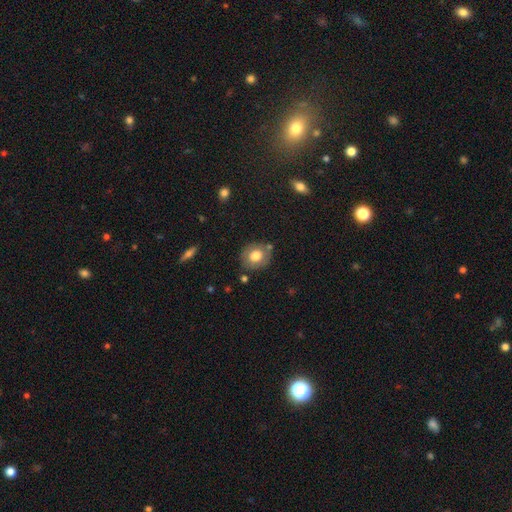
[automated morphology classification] Overall: smooth (73%). How rounded: round (72%). Merging: none (76%).